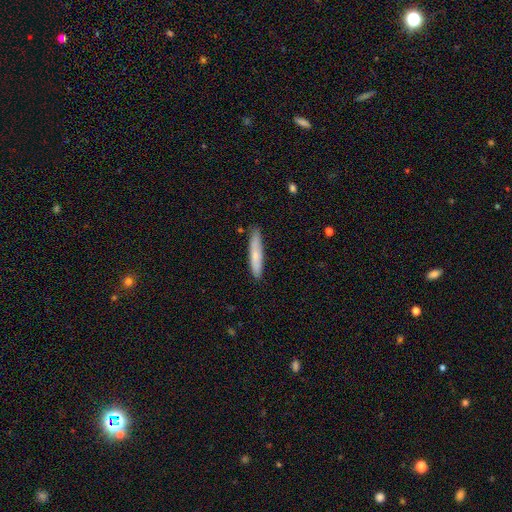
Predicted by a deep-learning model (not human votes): Smooth or featured? Predicted: smooth (p=0.70). How rounded? Predicted: cigar-shaped (p=0.89). Merging? Predicted: none (p=0.85).